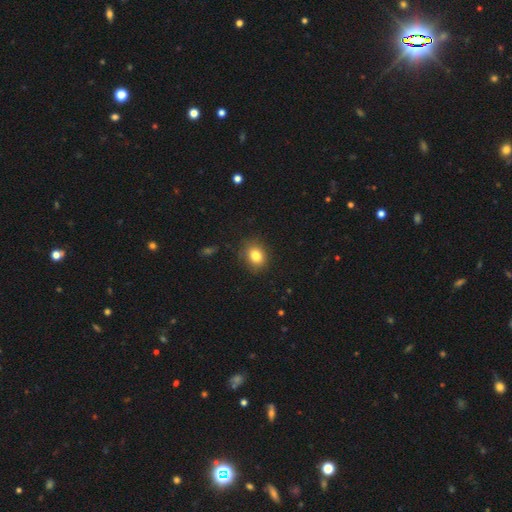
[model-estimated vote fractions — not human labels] A smooth galaxy with no disk features (82%) that is round (55%). Merging: none (83%).